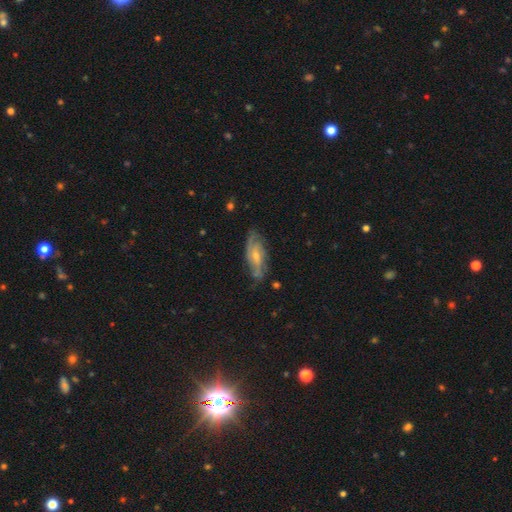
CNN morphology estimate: Smooth or featured: featured or disk — 67% (smooth — 24%)
Edge-on disk: no — 84% (yes — 16%)
Bar: no — 64% (weak — 30%)
Spiral arms: yes — 86% (no — 14%)
Bulge size: small — 57% (moderate — 37%)
Merging: none — 71% (minor disturbance — 21%)